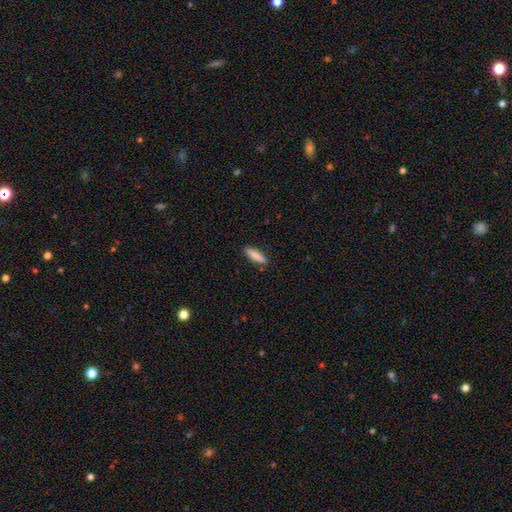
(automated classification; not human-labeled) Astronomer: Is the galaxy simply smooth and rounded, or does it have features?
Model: smooth — 85%.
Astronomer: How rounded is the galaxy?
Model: cigar-shaped — 70%.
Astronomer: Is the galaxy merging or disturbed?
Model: none — 88%.